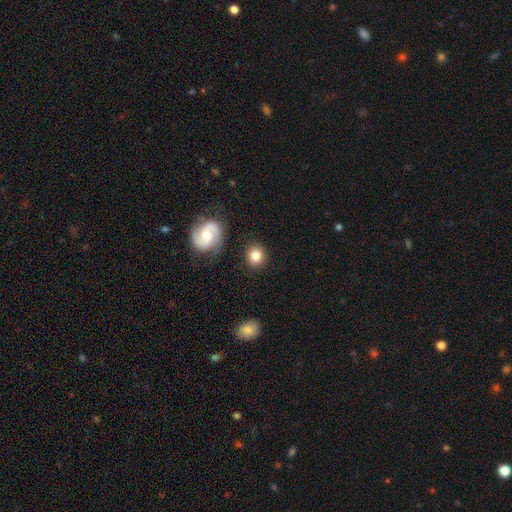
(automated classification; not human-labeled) Smooth or featured?
  - smooth: 81% *
  - featured or disk: 11%
  - star or artifact: 8%
How rounded?
  - round: 85% *
  - in between: 13%
  - cigar-shaped: 1%
Merging?
  - none: 85% *
  - minor disturbance: 9%
  - merger: 3%
  - major disturbance: 3%